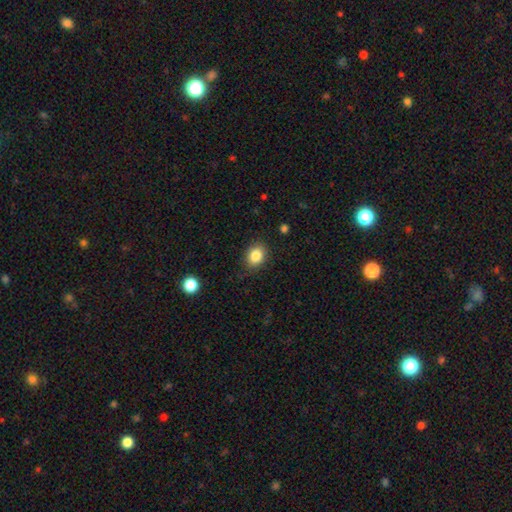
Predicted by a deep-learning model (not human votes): Smooth or featured? Predicted: smooth (p=0.85). How rounded? Predicted: in between (p=0.55). Merging? Predicted: none (p=0.84).